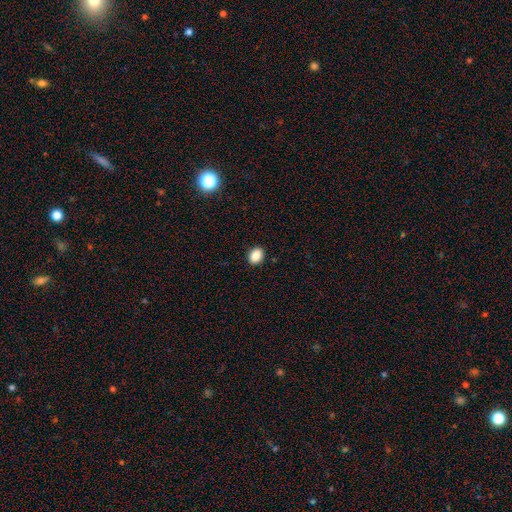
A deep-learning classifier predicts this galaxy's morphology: A smooth galaxy with no disk features (87%) that is in between round and cigar-shaped (62%).

Vote fractions:
- Smooth or featured? smooth: 87% / star or artifact: 9% / featured or disk: 4%
- How rounded? in between: 62% / round: 37% / cigar-shaped: 1%
- Merging? none: 91% / minor disturbance: 7% / major disturbance: 2% / merger: 1%